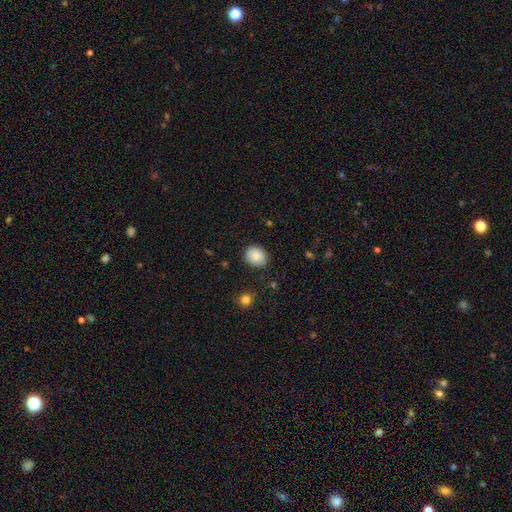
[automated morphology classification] Smooth or featured? smooth (87%)
How rounded? round (66%)
Merging? none (85%)